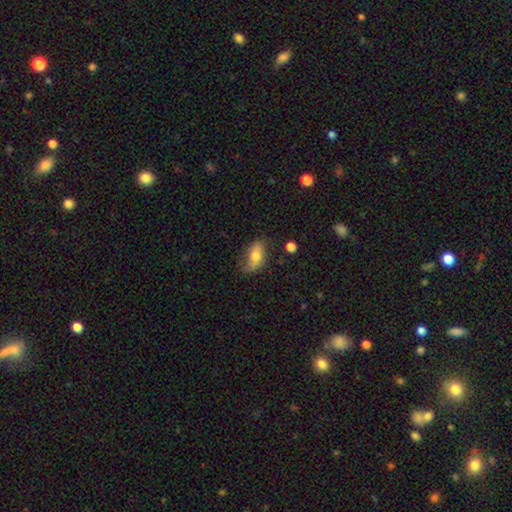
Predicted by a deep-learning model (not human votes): Smooth or featured: smooth — 61% (featured or disk — 32%)
How rounded: in between — 86% (cigar-shaped — 8%)
Merging: none — 65% (minor disturbance — 26%)